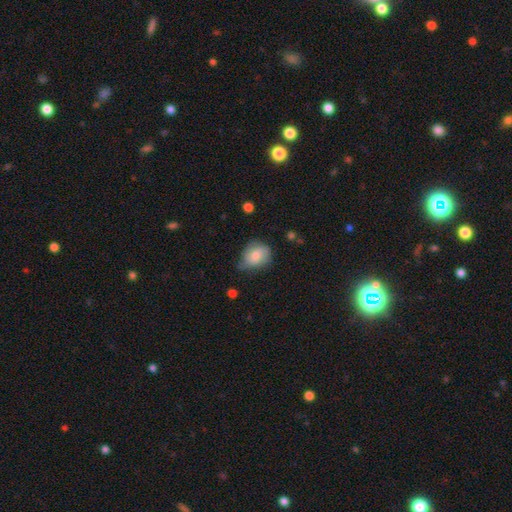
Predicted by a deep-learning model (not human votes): This is likely a smooth galaxy (63%). How rounded: possibly in between (53%). Merging: possibly none (50%).